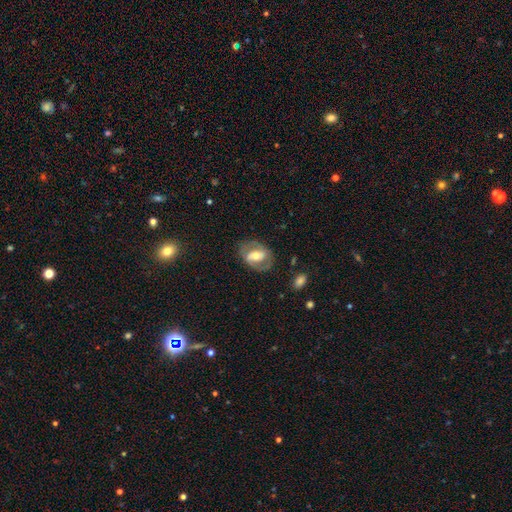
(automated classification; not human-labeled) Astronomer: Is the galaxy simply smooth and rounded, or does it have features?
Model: featured or disk — 70%.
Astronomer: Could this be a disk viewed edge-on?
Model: no — 95%.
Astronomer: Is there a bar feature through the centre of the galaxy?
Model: strong — 36% (runner-up: weak, 35%).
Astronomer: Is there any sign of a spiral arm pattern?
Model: yes — 69%.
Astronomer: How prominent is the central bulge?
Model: moderate — 63%.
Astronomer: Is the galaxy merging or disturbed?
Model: none — 75%.